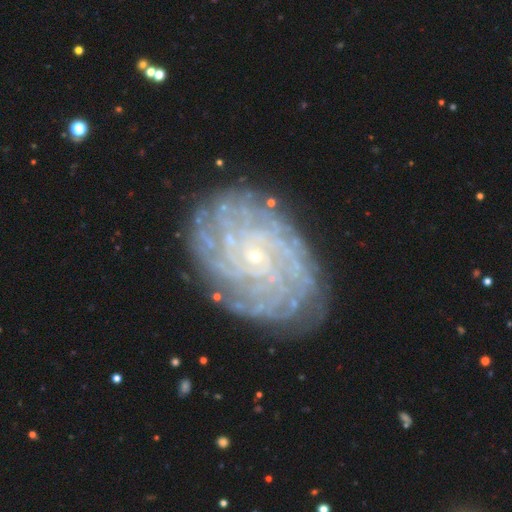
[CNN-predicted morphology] This appears to be a featured or disk galaxy (85%) with no bar (77%), more than 4 (35%) tight (82%) spiral arms (96%) and a small central bulge (88%). Merging: none (83%).